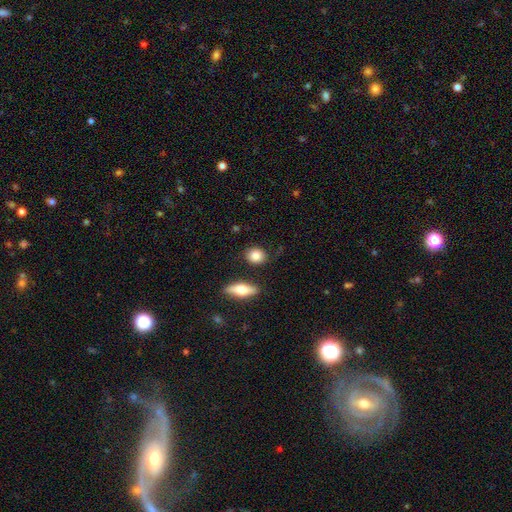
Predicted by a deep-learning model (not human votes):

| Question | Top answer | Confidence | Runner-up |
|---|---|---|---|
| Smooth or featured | smooth | 83% | featured or disk (10%) |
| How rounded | round | 63% | in between (34%) |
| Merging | none | 81% | minor disturbance (11%) |